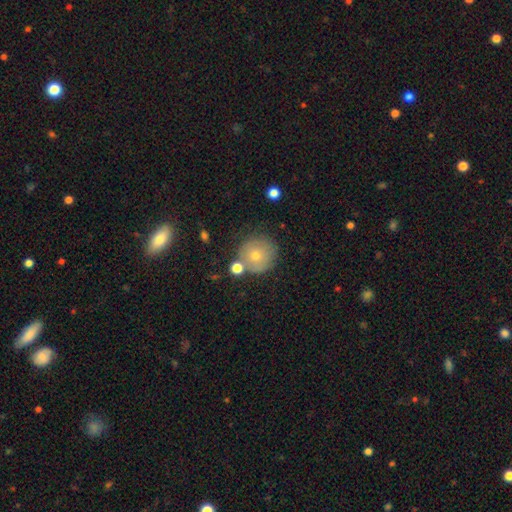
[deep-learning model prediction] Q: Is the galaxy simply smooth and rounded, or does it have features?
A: smooth — 66%.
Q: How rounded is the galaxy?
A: round — 92%.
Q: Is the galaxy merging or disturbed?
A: none — 75%.